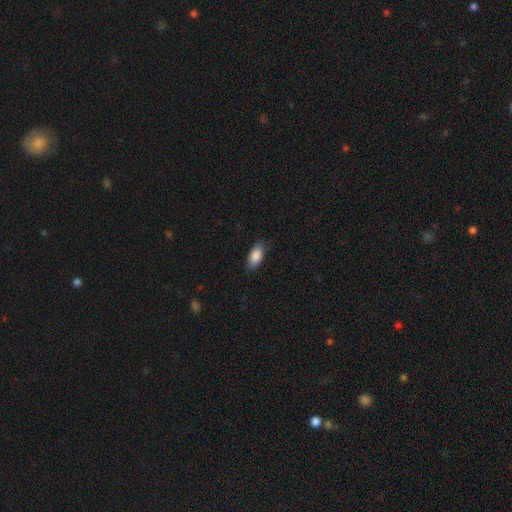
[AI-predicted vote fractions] This is clearly a smooth galaxy (87%). How rounded: clearly in between (91%). Merging: clearly none (84%).